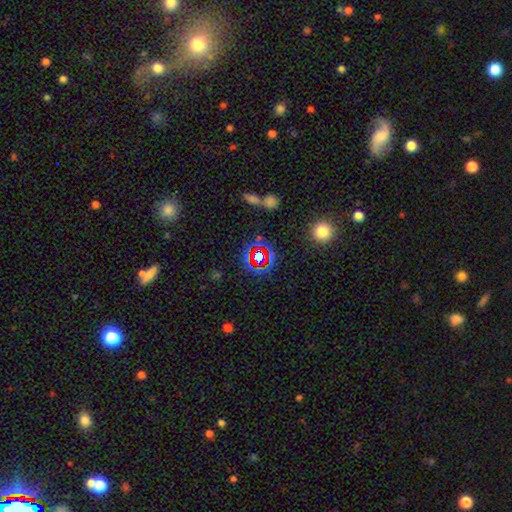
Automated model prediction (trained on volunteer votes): Morphology: type=star or artifact (66%).